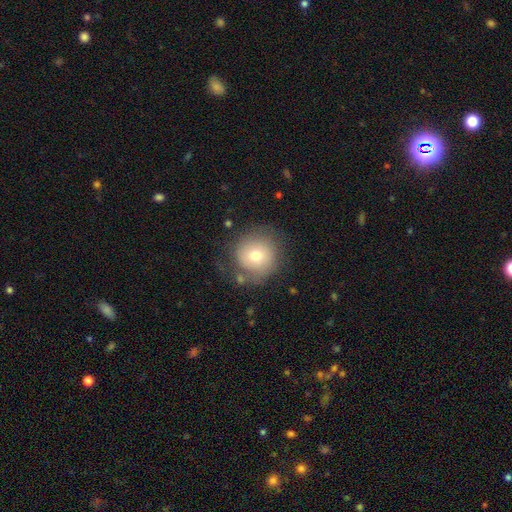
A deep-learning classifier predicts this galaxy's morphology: type=smooth (69%); roundness=round (92%); merging=none (70%).